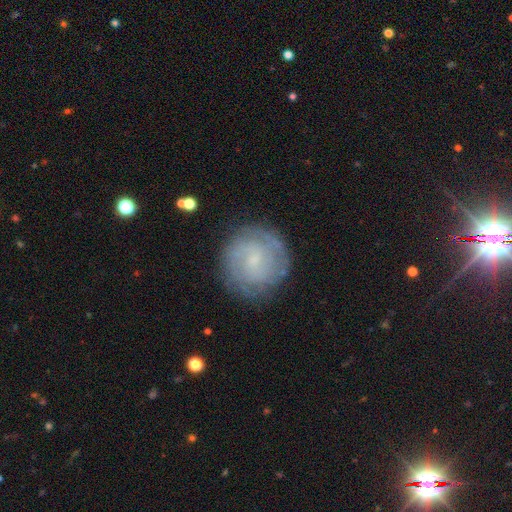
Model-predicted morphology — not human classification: Smooth or featured? Predicted: featured or disk (p=0.64). Edge-on disk? Predicted: no (p=0.97). Bar? Predicted: no (p=0.50). Spiral arms? Predicted: yes (p=0.90). Spiral winding? Predicted: tight (p=0.67). Spiral arm count? Predicted: 2 (p=0.38). Bulge size? Predicted: small (p=0.72). Merging? Predicted: none (p=0.83).